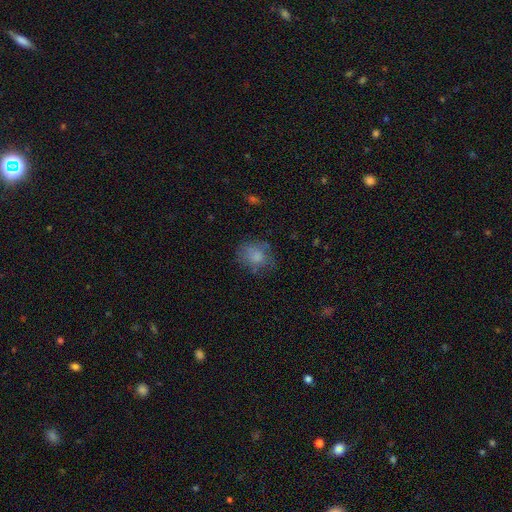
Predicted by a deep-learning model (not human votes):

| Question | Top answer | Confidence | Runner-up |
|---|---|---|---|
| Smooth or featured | smooth | 75% | featured or disk (16%) |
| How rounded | round | 62% | in between (37%) |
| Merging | none | 63% | minor disturbance (23%) |